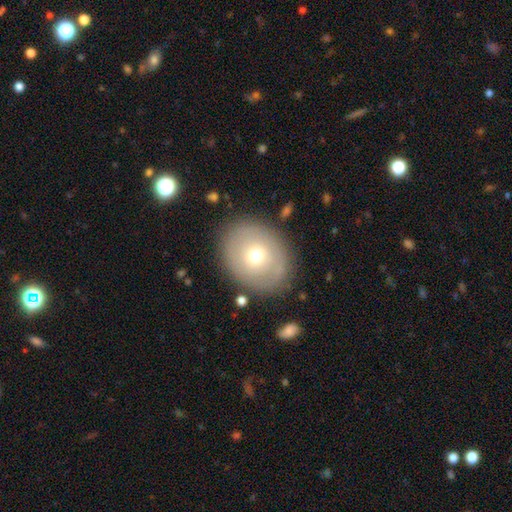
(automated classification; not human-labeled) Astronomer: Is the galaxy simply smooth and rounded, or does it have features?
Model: smooth — 59%.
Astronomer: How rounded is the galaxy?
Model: round — 62%.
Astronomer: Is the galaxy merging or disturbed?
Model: none — 84%.